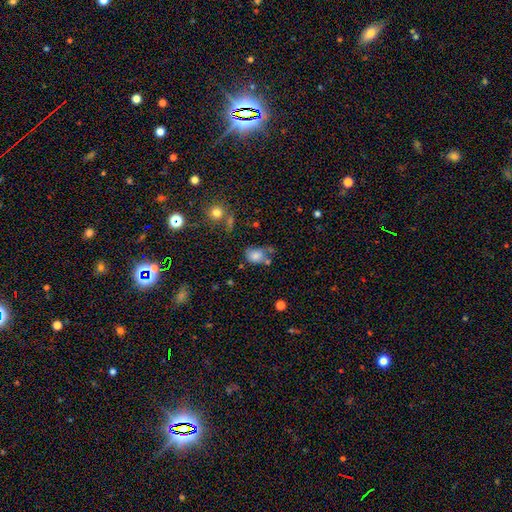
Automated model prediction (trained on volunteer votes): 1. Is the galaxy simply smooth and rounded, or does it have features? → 77% smooth, 12% featured or disk, 11% star or artifact.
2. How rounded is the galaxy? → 62% in between, 37% round, 1% cigar-shaped.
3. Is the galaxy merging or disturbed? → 47% none, 26% minor disturbance, 17% merger, 11% major disturbance.